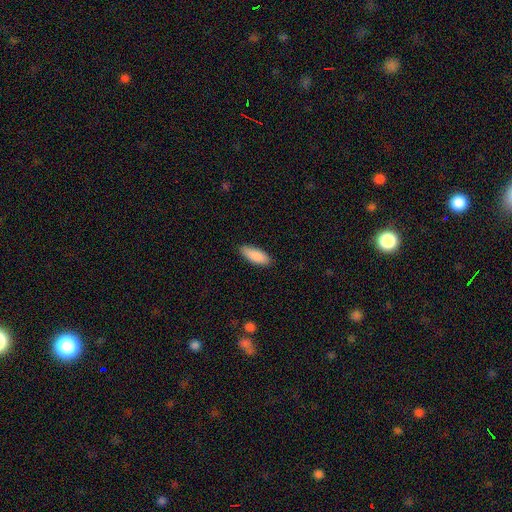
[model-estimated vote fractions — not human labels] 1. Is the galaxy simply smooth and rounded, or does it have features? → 89% smooth, 6% star or artifact, 5% featured or disk.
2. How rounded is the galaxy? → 74% in between, 25% cigar-shaped, 2% round.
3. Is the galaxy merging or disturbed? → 87% none, 10% minor disturbance, 2% major disturbance, 1% merger.